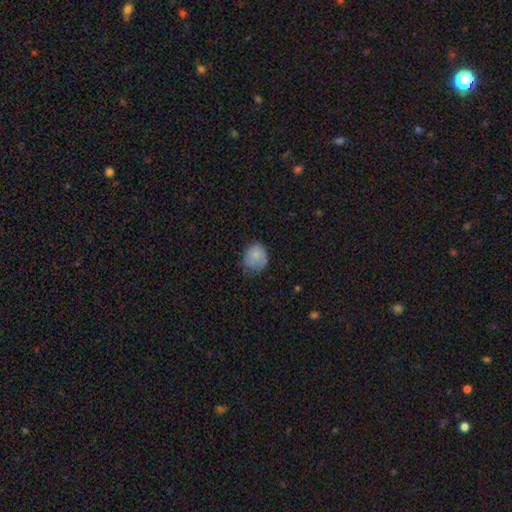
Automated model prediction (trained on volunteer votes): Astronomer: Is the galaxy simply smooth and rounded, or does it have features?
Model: smooth — 78%.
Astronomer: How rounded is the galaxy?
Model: round — 67%.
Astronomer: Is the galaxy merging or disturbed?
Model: none — 47% (runner-up: minor disturbance, 38%).